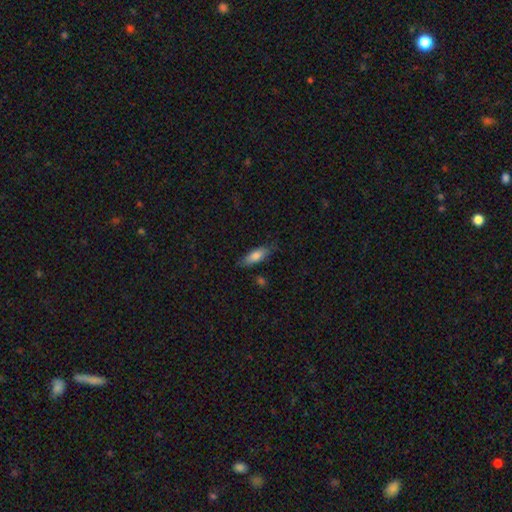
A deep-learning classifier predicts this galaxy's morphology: This appears to be a smooth galaxy with no disk features (78%) that is in between round and cigar-shaped (65%). Merging: none (76%).